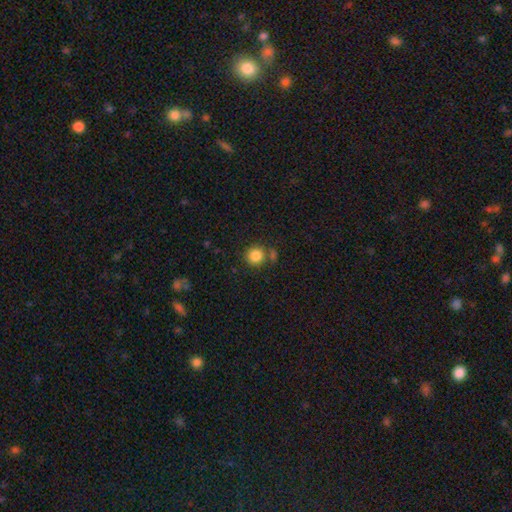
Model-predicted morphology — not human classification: The model was most divided on "merging": none: 75%, merger: 12%, minor disturbance: 10%, major disturbance: 3%. More confident: how rounded — round (92%); smooth or featured — smooth (85%).